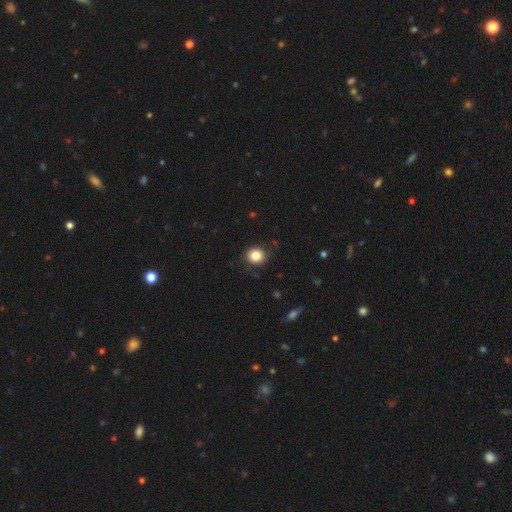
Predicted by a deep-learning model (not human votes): smooth_or_featured: smooth (p=0.84) [alt: star or artifact p=0.10]
how_rounded: round (p=0.83) [alt: in between p=0.16]
merging: none (p=0.88) [alt: minor disturbance p=0.09]